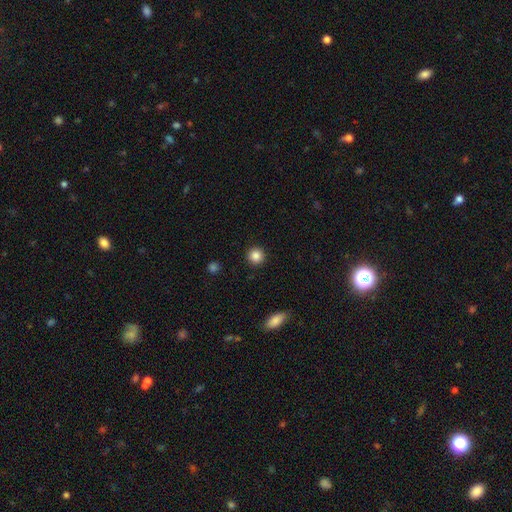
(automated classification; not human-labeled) Smooth or featured? smooth (86%)
How rounded? round (94%)
Merging? none (92%)